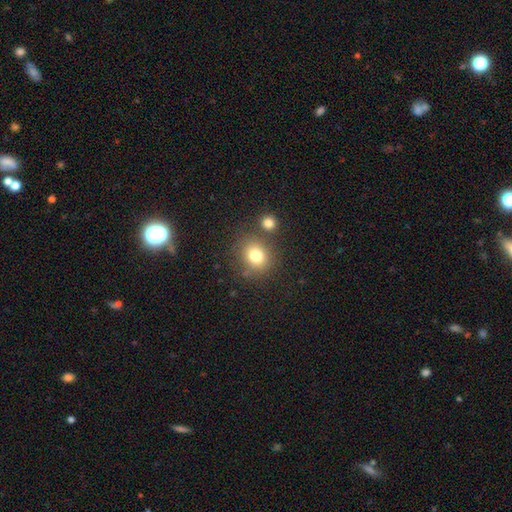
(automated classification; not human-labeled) Q: Smooth or featured?
A: smooth (78%); runner-up: star or artifact (12%)
Q: How rounded?
A: round (73%); runner-up: in between (26%)
Q: Merging?
A: none (71%); runner-up: merger (14%)